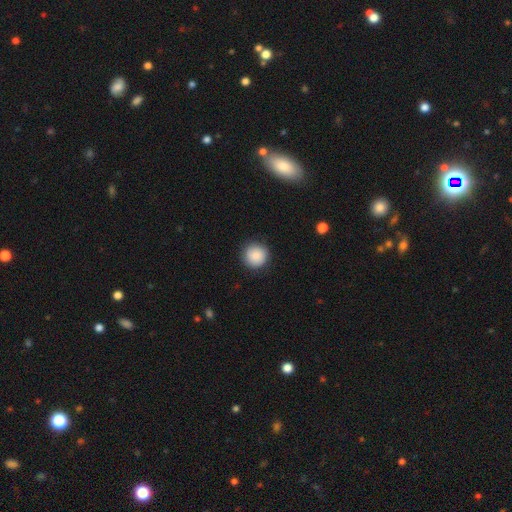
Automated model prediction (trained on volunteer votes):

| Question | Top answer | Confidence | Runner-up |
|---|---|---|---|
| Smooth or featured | smooth | 88% | star or artifact (8%) |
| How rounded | round | 95% | in between (4%) |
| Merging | none | 89% | minor disturbance (8%) |